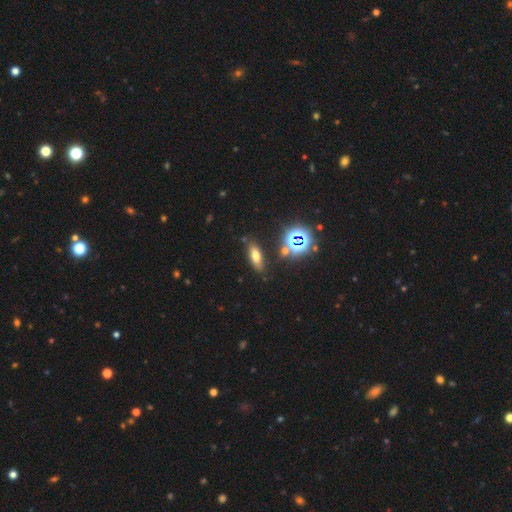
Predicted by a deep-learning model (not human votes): This is possibly a smooth galaxy (59%). How rounded: likely in between (62%). Merging: likely none (80%).